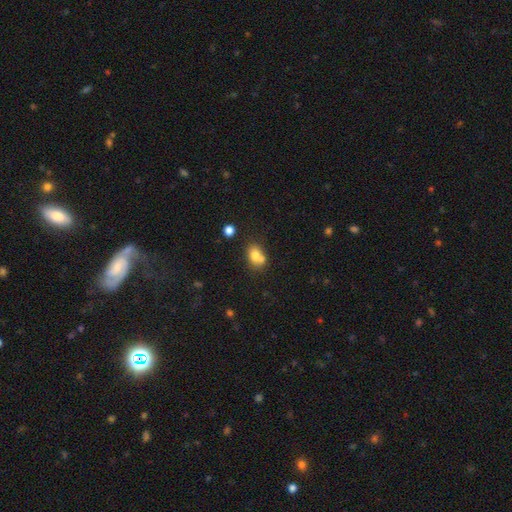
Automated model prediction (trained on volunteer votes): This appears to be a smooth galaxy with no disk features (75%) that is in between round and cigar-shaped (61%). Merging: merger (41%, tied with none).